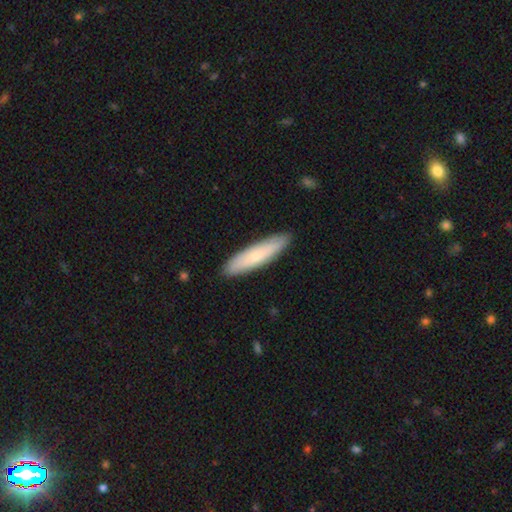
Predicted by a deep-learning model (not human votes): A smooth galaxy with no disk features (67%) that is cigar-shaped (80%). Merging: none (89%).